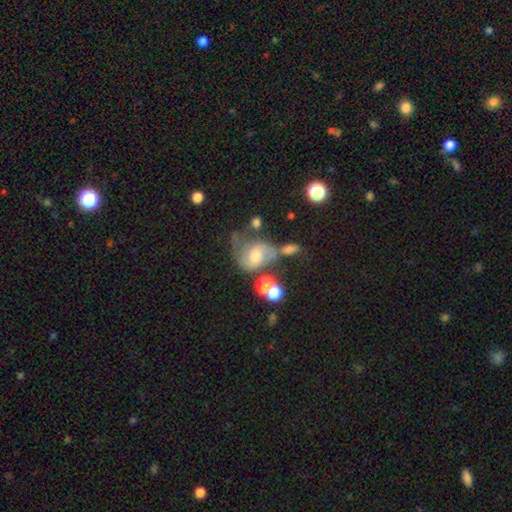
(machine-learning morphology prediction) Smooth or featured: featured or disk — 57% (smooth — 29%)
Edge-on disk: no — 97% (yes — 3%)
Bar: no — 53% (weak — 38%)
Spiral arms: yes — 80% (no — 20%)
Bulge size: moderate — 57% (small — 23%)
Merging: none — 33% (merger — 23%)